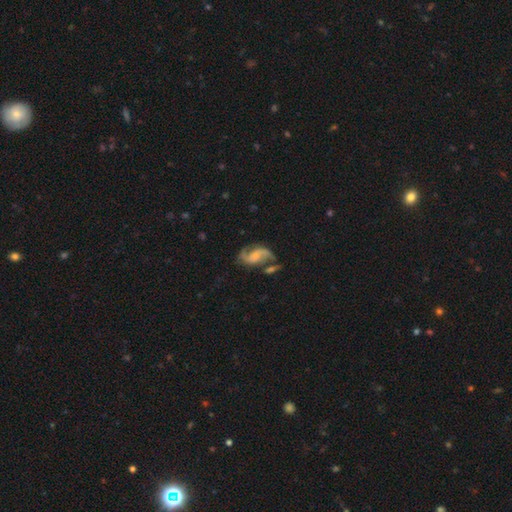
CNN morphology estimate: Smooth or featured: featured or disk — 84% (smooth — 10%)
Edge-on disk: no — 97% (yes — 3%)
Bar: no — 47% (weak — 40%)
Spiral arms: yes — 96% (no — 4%)
Spiral winding: loose — 52% (medium — 39%)
Spiral arm count: 2 — 91% (1 — 3%)
Bulge size: small — 50% (moderate — 27%)
Merging: none — 54% (minor disturbance — 18%)